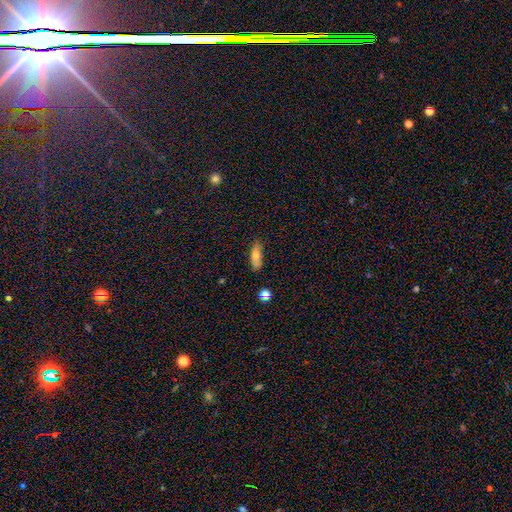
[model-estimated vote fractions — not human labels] The model was most divided on "how rounded": in between: 61%, cigar-shaped: 36%, round: 3%. More confident: merging — none (81%); smooth or featured — smooth (71%).